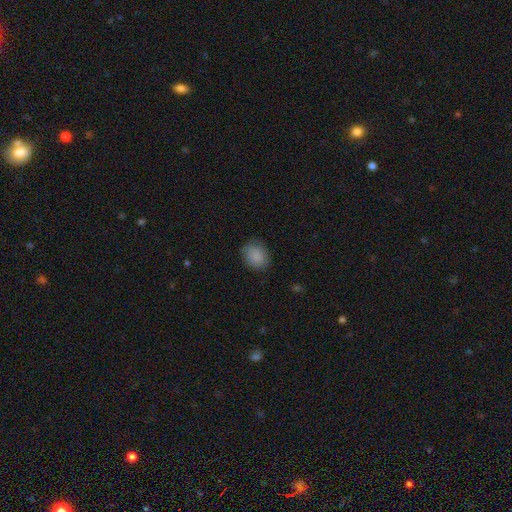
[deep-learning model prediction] This appears to be a smooth galaxy with no disk features (88%) that is round (57%). Merging: none (81%).